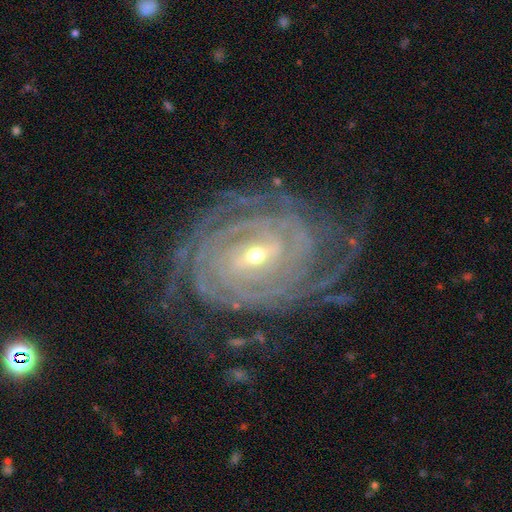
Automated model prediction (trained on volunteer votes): Smooth or featured? Predicted: featured or disk (p=0.92). Edge-on disk? Predicted: no (p=0.97). Bar? Predicted: weak (p=0.44). Spiral arms? Predicted: yes (p=0.98). Spiral winding? Predicted: tight (p=0.84). Spiral arm count? Predicted: 4 (p=0.25). Bulge size? Predicted: small (p=0.57). Merging? Predicted: none (p=0.74).